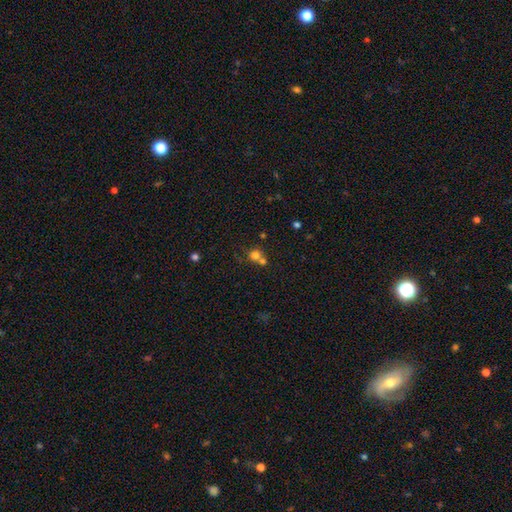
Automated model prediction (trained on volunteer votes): Smooth or featured? Predicted: smooth (p=0.73). How rounded? Predicted: round (p=0.87). Merging? Predicted: merger (p=0.46).